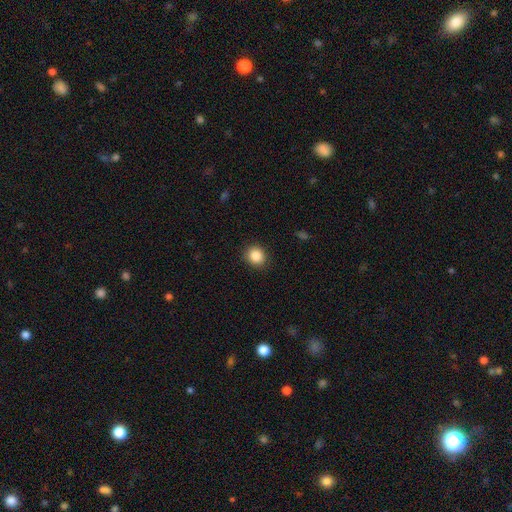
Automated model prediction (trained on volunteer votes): The model was most divided on "how rounded": round: 79%, in between: 20%, cigar-shaped: 1%. More confident: merging — none (89%); smooth or featured — smooth (87%).